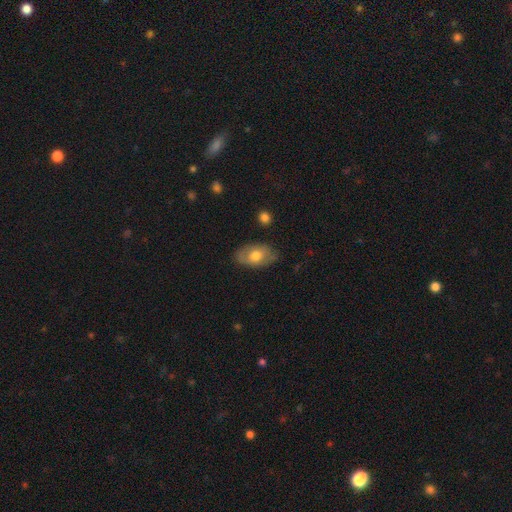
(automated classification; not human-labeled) smooth 64%, featured or disk 30%, star or artifact 7%. Down the decision tree: how rounded — in between (90%); merging — none (78%).